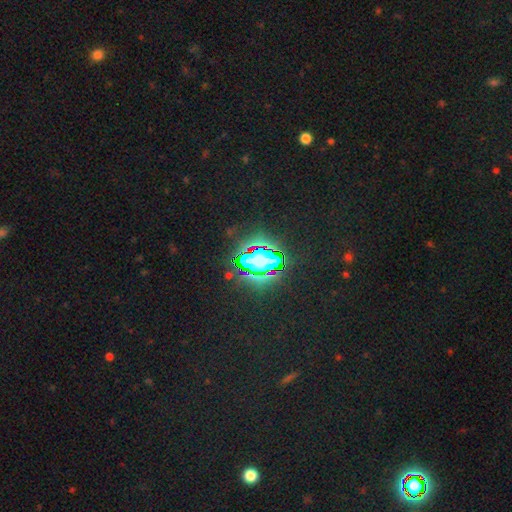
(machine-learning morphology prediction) type=star or artifact (73%).